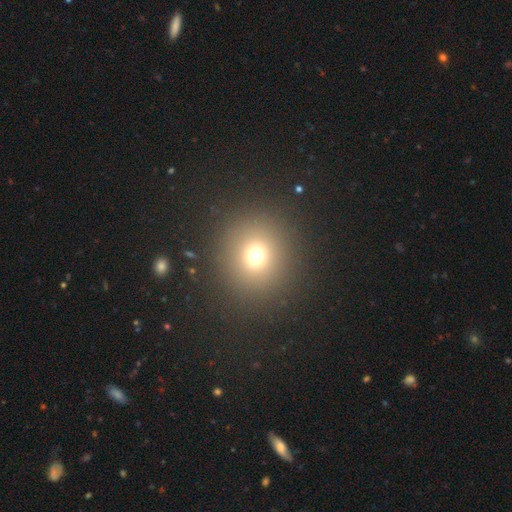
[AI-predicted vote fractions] Morphology: type=smooth (69%); roundness=round (89%); merging=none (88%).